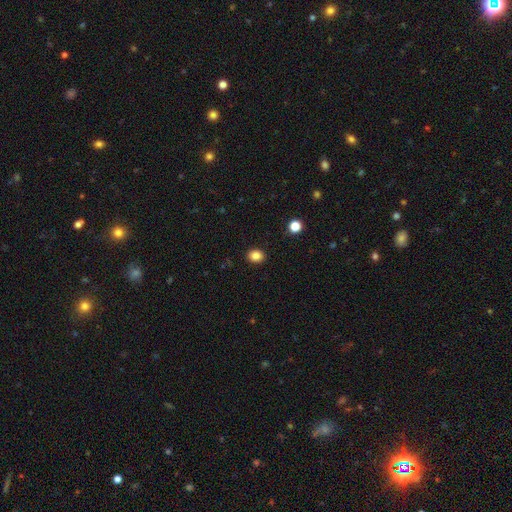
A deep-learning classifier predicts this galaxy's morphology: Overall: smooth (85%). How rounded: round (59%; in between 40%). Merging: none (91%).